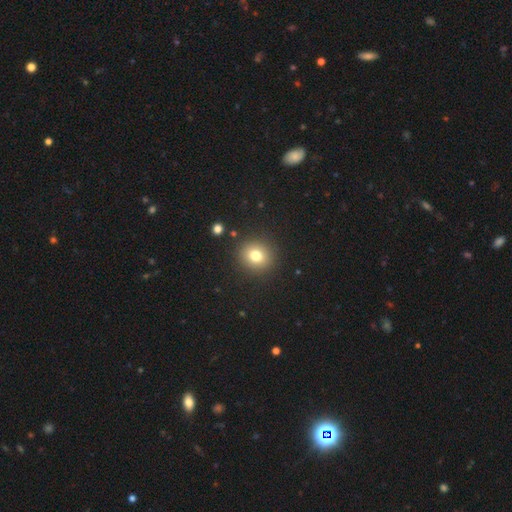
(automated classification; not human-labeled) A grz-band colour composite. It shows a smooth galaxy with no disk features (77%) that is round (87%). Merging: none (90%).